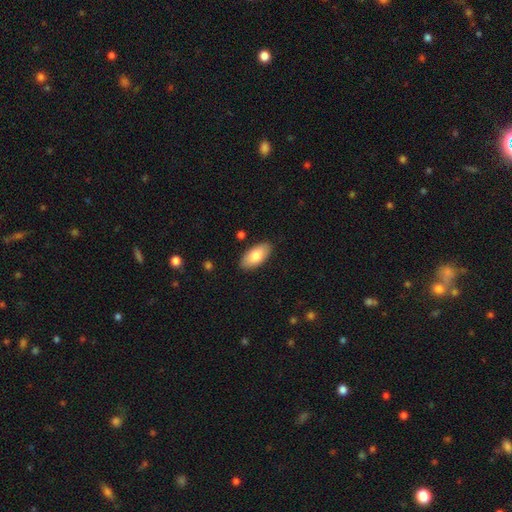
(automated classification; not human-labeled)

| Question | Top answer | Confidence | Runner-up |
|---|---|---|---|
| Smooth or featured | smooth | 80% | featured or disk (14%) |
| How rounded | in between | 93% | cigar-shaped (5%) |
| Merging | none | 88% | minor disturbance (9%) |